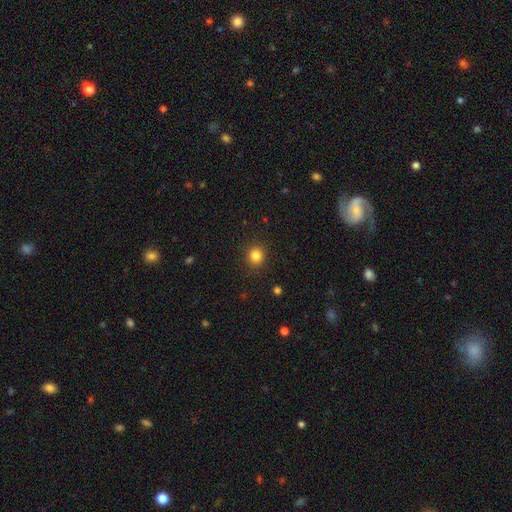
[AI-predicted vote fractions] Smooth or featured? Predicted: smooth (p=0.84). How rounded? Predicted: round (p=0.89). Merging? Predicted: none (p=0.90).